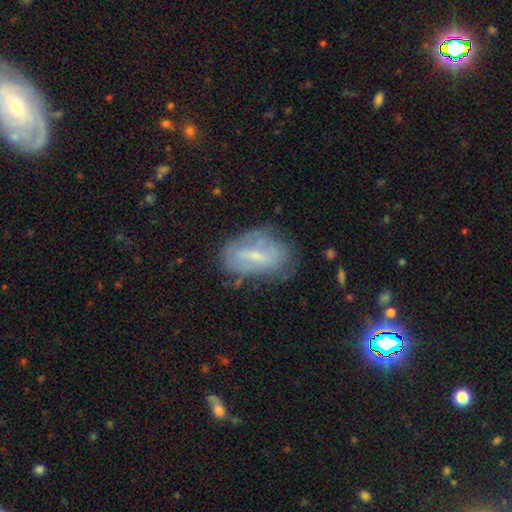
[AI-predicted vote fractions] smooth-or-featured: featured or disk: 53% | smooth: 37% | star or artifact: 9%
  disk-edge-on: no: 91% | yes: 9%
  merging: none: 60% | minor disturbance: 26% | major disturbance: 12% | merger: 2%